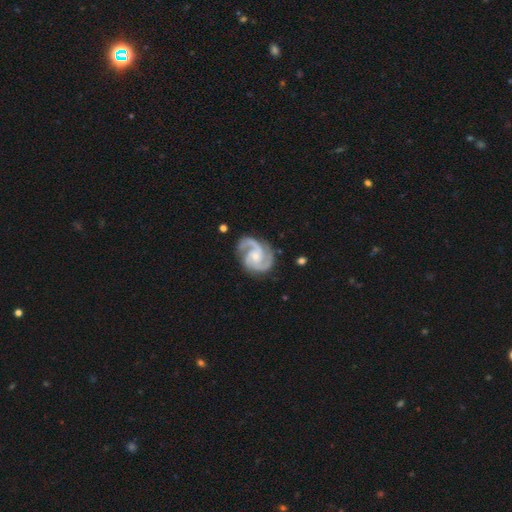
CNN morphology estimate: This is clearly a featured or disk galaxy (93%). It is clearly not viewed edge-on (98%). Bar: likely no (61%). Spiral arm pattern: clearly yes (99%). Spiral arm count: likely 2 (67%). Spiral winding: possibly medium (54%). Central bulge: likely small (60%). Merging: likely none (75%).